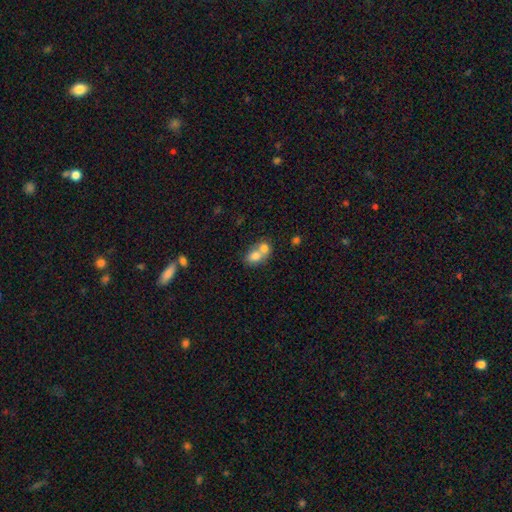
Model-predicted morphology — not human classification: Smooth or featured? smooth (73%)
How rounded? in between (51%)
Merging? merger (71%)